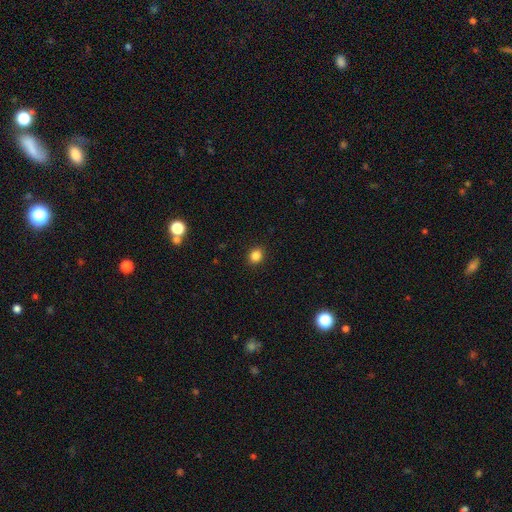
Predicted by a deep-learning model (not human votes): smooth_or_featured: smooth (p=0.85) [alt: star or artifact p=0.11]
how_rounded: round (p=0.70) [alt: in between p=0.29]
merging: none (p=0.91) [alt: minor disturbance p=0.06]